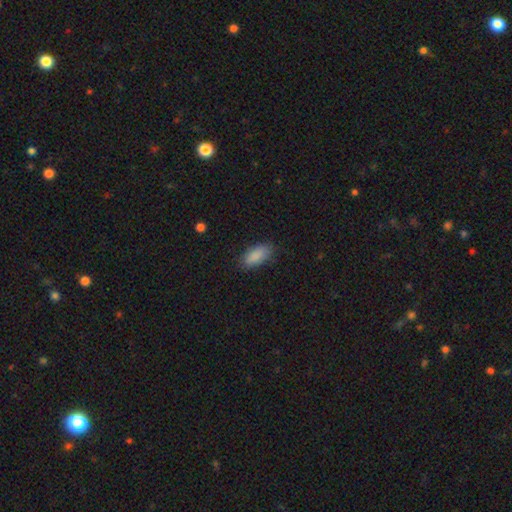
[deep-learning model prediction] This appears to be a smooth galaxy with no disk features (88%) that is in between round and cigar-shaped (87%). Merging: none (80%).